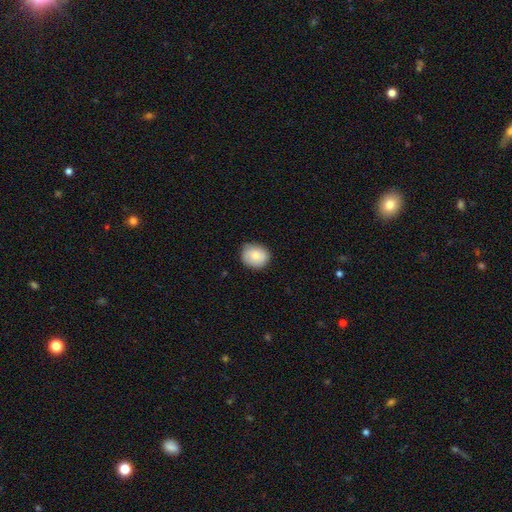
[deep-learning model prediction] The model was most divided on "how rounded": round: 71%, in between: 28%, cigar-shaped: 1%. More confident: smooth or featured — smooth (82%); merging — none (81%).